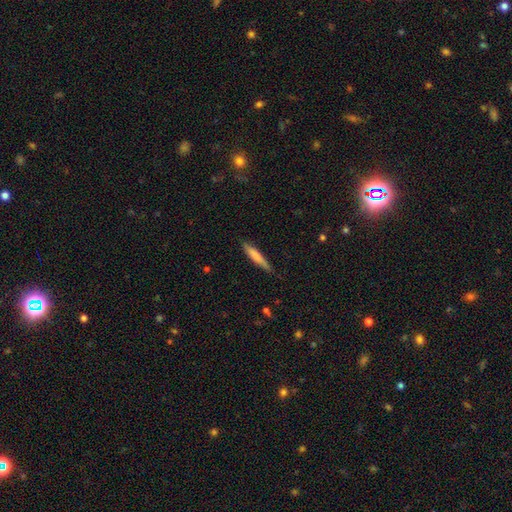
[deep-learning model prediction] A smooth galaxy with no disk features (70%) that is cigar-shaped (90%).

Vote fractions:
- Smooth or featured? smooth: 70% / featured or disk: 24% / star or artifact: 6%
- How rounded? cigar-shaped: 90% / in between: 9% / round: 1%
- Merging? none: 80% / minor disturbance: 16% / major disturbance: 2% / merger: 1%